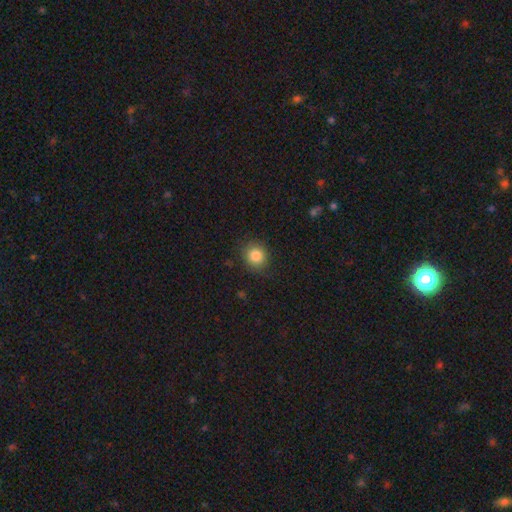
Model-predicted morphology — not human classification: type=smooth (85%); roundness=round (83%); merging=none (86%).